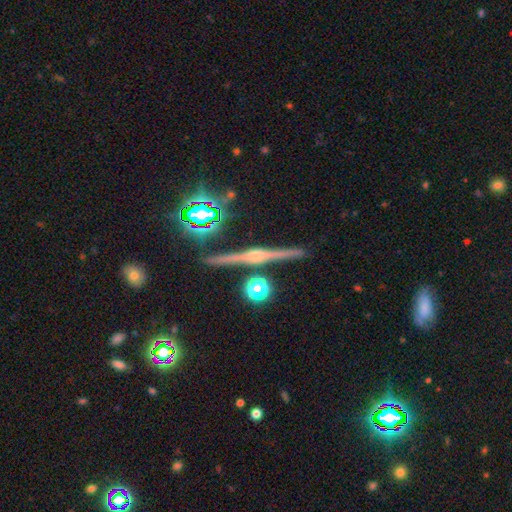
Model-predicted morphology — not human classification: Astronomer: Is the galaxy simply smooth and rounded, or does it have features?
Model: featured or disk — 82%.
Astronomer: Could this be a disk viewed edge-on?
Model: yes — 98%.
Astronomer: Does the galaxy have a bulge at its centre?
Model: rounded — 84%.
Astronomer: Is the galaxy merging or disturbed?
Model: none — 91%.